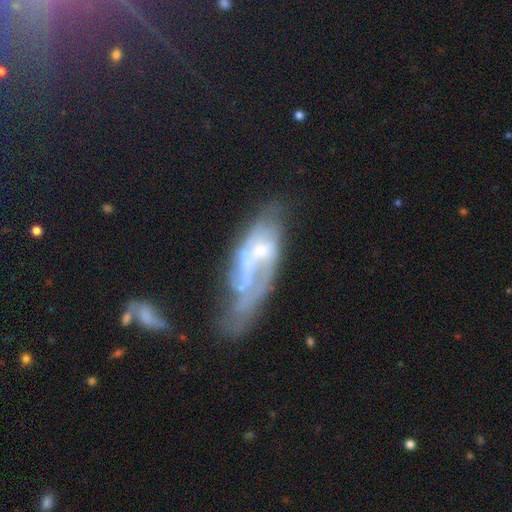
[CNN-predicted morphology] Overall: featured or disk (71%). Edge-on disk: no (88%). Bar: no (58%; weak 32%). Spiral arms: yes (65%; no 35%). Bulge size: small (48%; moderate 32%). Merging: major disturbance (31%; none 30%).